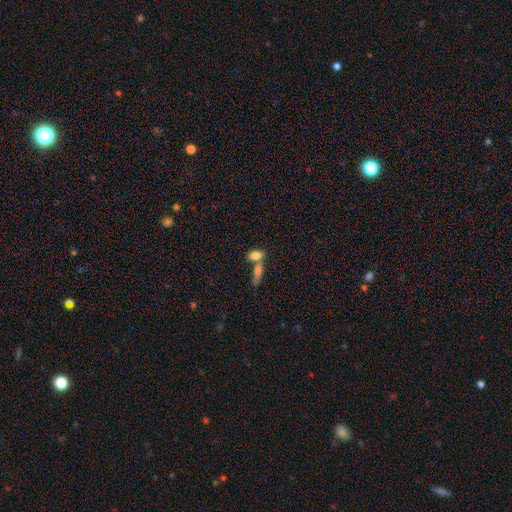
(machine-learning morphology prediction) The model was most divided on "merging": merger: 51%, none: 36%, minor disturbance: 9%, major disturbance: 4%. More confident: how rounded — in between (82%); smooth or featured — smooth (80%).